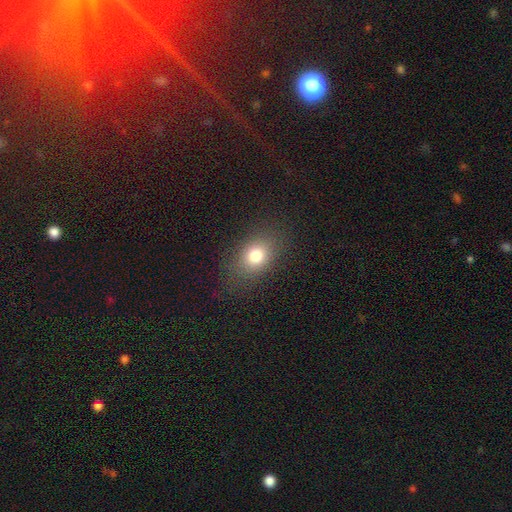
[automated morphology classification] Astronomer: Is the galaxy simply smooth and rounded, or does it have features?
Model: smooth — 77%.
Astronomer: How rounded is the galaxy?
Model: in between — 63%.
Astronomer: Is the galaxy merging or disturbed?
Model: none — 83%.